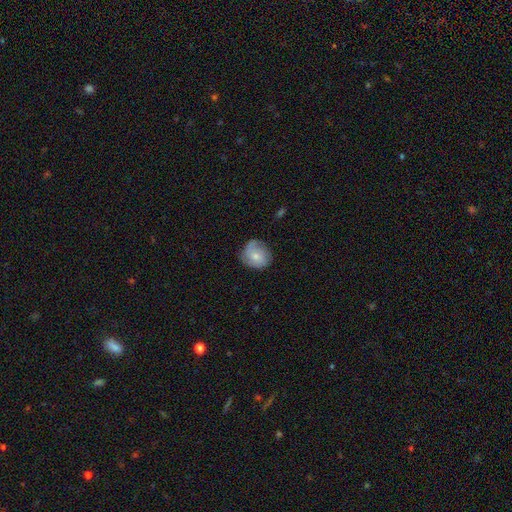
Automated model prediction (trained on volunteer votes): This appears to be a smooth galaxy with no disk features (61%) that is round (74%). Merging: none (64%).